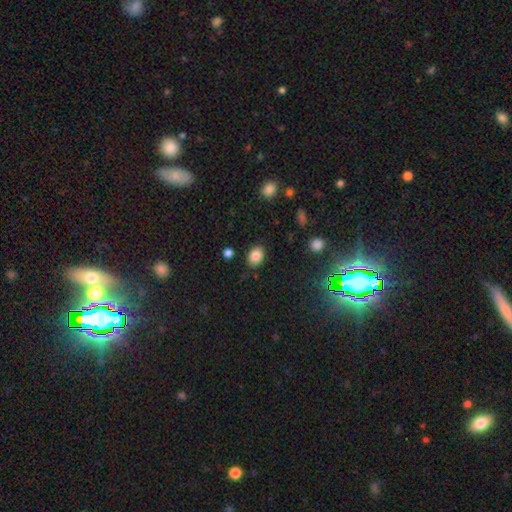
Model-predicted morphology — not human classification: This appears to be a smooth galaxy with no disk features (85%) that is in between round and cigar-shaped (66%). Merging: none (85%).